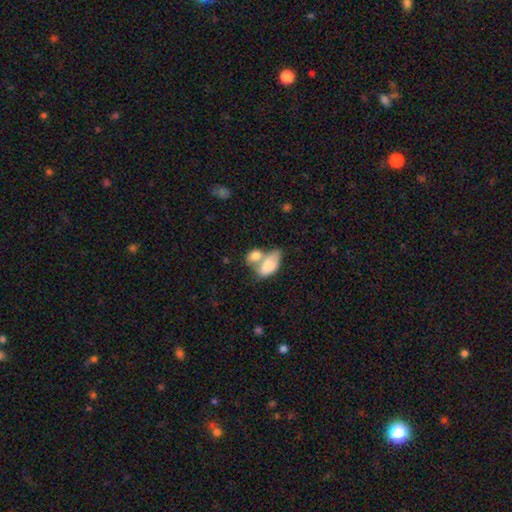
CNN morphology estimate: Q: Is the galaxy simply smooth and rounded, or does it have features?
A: smooth — 77%.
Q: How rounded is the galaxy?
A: in between — 88%.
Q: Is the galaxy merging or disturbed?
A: merger — 67%.